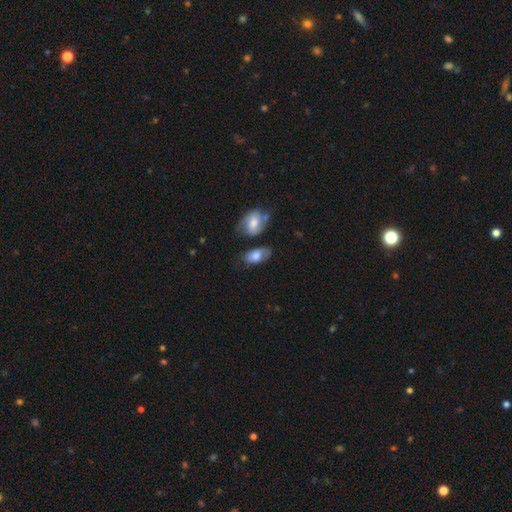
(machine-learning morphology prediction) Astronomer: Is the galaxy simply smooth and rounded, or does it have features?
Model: smooth — 66%.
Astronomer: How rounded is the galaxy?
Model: in between — 89%.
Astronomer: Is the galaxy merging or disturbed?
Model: none — 47% (runner-up: minor disturbance, 26%).